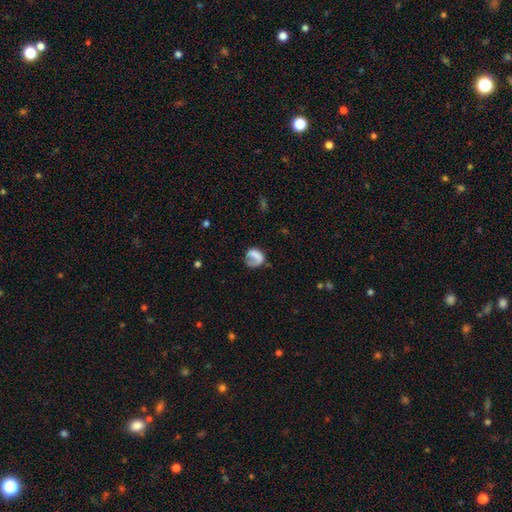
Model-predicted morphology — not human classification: Smooth or featured? smooth (62%)
How rounded? round (58%)
Merging? none (43%)